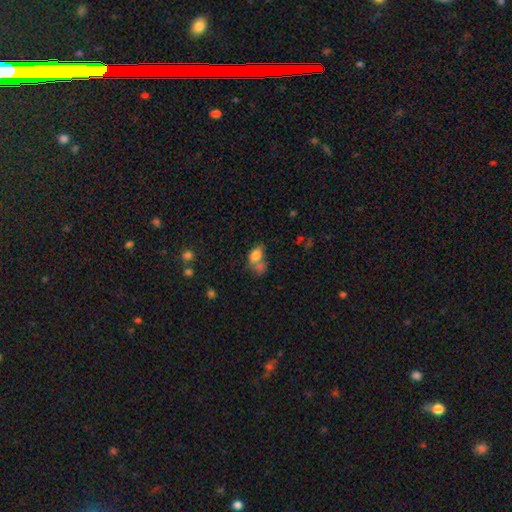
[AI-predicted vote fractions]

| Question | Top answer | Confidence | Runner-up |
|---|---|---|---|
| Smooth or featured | smooth | 76% | featured or disk (14%) |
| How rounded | in between | 82% | round (16%) |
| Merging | merger | 43% | none (27%) |